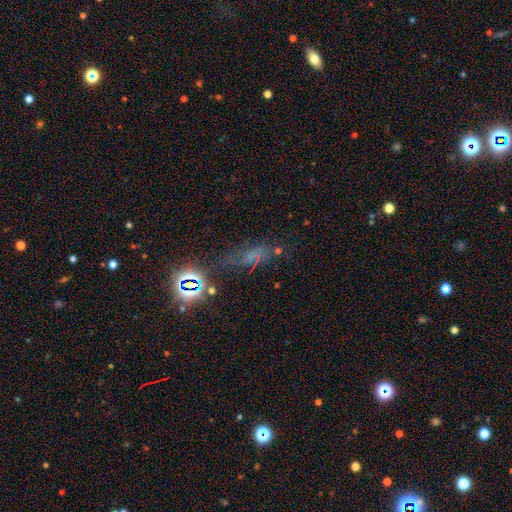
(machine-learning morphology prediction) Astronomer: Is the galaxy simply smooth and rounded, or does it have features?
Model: smooth — 41% (runner-up: star or artifact, 38%).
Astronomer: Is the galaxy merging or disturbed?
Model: none — 53%.